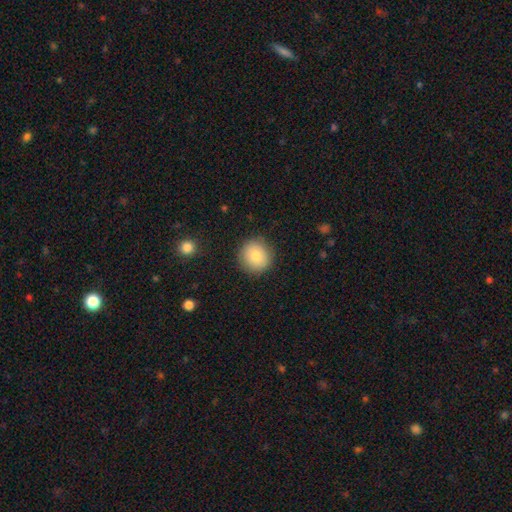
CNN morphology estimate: Smooth or featured: smooth — 80% (featured or disk — 11%)
How rounded: round — 91% (in between — 8%)
Merging: none — 88% (minor disturbance — 9%)